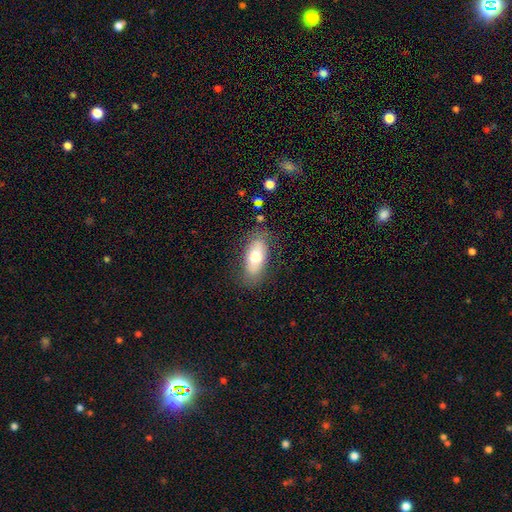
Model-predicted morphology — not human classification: A smooth galaxy with no disk features (59%) that is in between round and cigar-shaped (83%). Merging: none (80%).